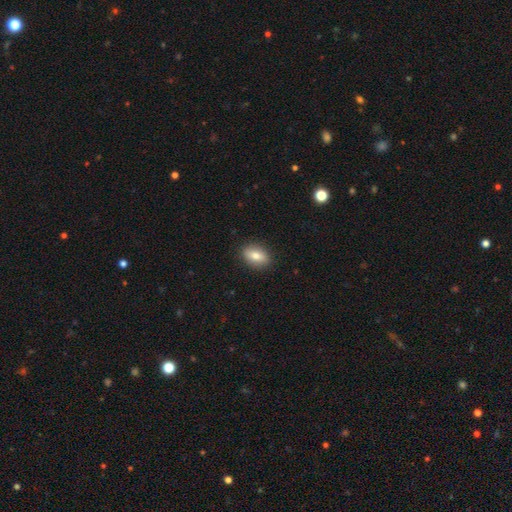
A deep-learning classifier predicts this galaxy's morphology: This is likely a smooth galaxy (76%). How rounded: clearly in between (83%). Merging: clearly none (88%).